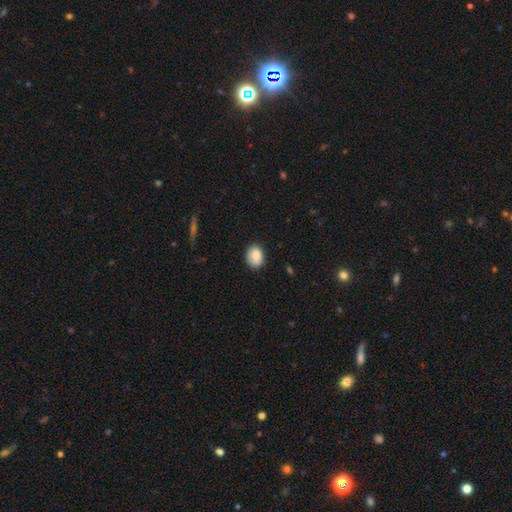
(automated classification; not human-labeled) A smooth galaxy with no disk features (87%) that is in between round and cigar-shaped (54%). Merging: none (81%).